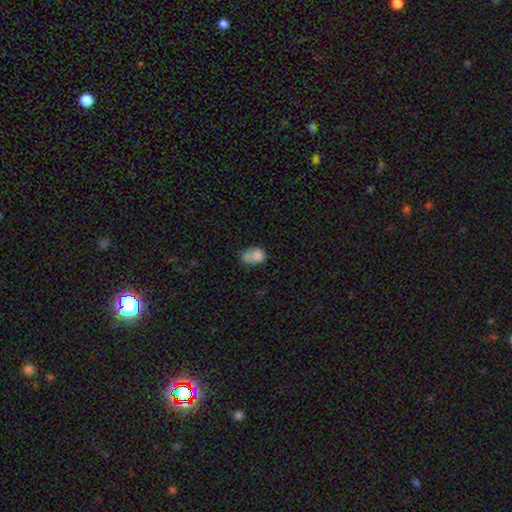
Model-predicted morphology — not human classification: A smooth galaxy with no disk features (76%) that is in between round and cigar-shaped (54%). Merging: merger (53%).